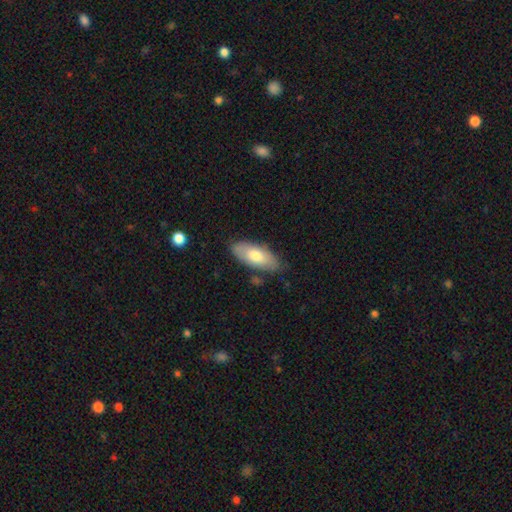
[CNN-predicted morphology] smooth 71%, featured or disk 23%, star or artifact 6%. Down the decision tree: how rounded — in between (85%); merging — none (79%).